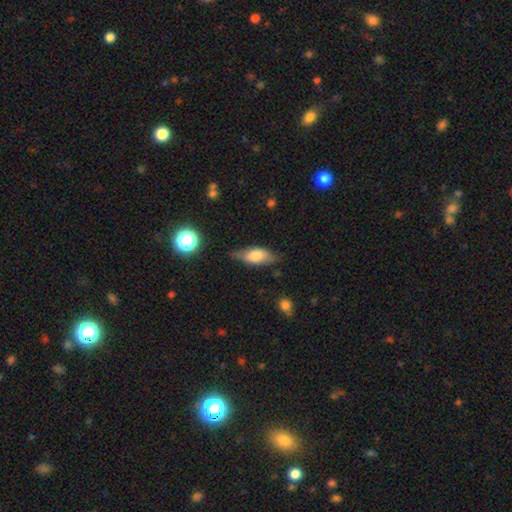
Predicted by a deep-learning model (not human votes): Smooth or featured: smooth — 64% (featured or disk — 29%)
How rounded: in between — 77% (cigar-shaped — 20%)
Merging: none — 67% (minor disturbance — 25%)